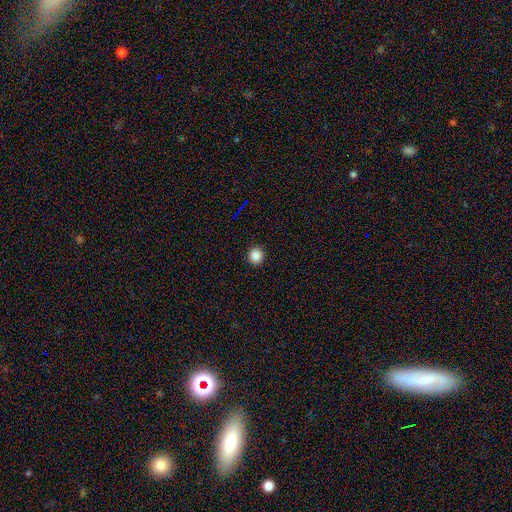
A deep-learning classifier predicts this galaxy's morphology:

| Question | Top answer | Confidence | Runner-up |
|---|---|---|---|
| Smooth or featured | smooth | 86% | star or artifact (11%) |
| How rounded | round | 91% | in between (8%) |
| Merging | none | 92% | minor disturbance (5%) |